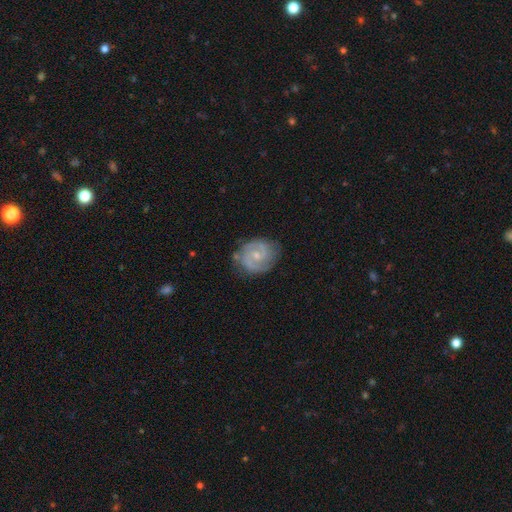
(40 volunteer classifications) smooth-or-featured: featured or disk: 90% | smooth: 5% | star or artifact: 5%
  disk-edge-on: no: 97% | yes: 3%
    bar: no: 54% | weak: 40% | strong: 6%
    has-spiral-arms: yes: 97% | no: 3%
      spiral-winding: medium: 50% | tight: 38% | loose: 12%
      spiral-arm-count: 2: 97% | can't tell: 3% | 1: 0% | 3: 0% | 4: 0% | more than 4: 0%
    bulge-size: small: 60% | moderate: 40% | dominant: 0% | large: 0% | none: 0%
  merging: none: 79% | minor disturbance: 18% | merger: 3% | major disturbance: 0%